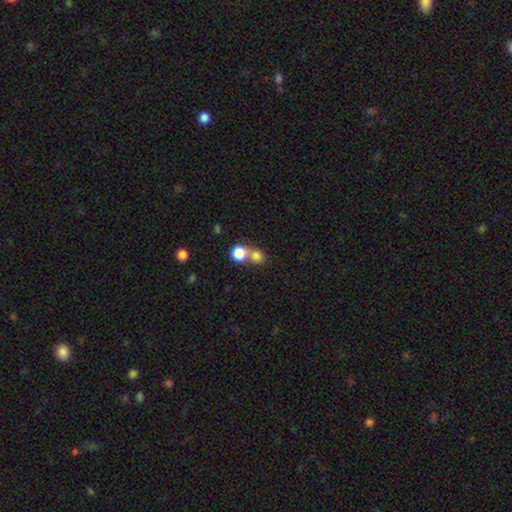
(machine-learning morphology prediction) Smooth or featured? smooth (78%)
How rounded? round (84%)
Merging? merger (48%)